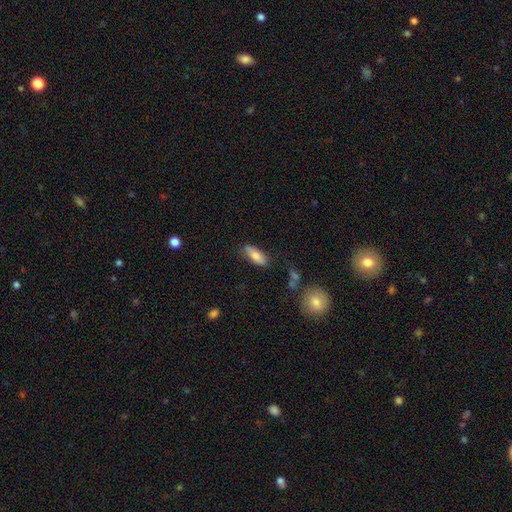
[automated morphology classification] Smooth or featured? Predicted: smooth (p=0.77). How rounded? Predicted: in between (p=0.73). Merging? Predicted: none (p=0.79).